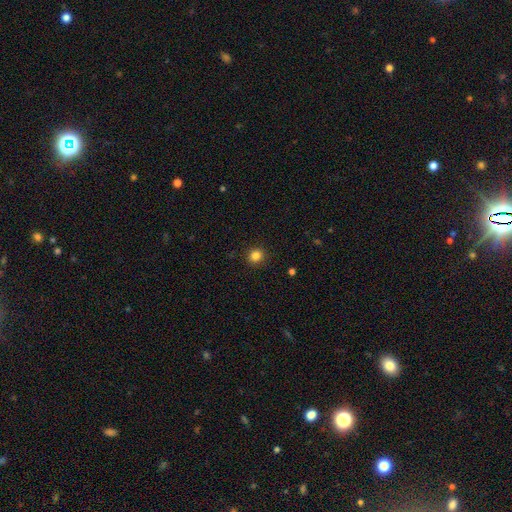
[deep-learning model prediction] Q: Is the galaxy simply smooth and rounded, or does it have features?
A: smooth — 84%.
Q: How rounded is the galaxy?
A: round — 90%.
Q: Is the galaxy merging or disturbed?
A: none — 92%.